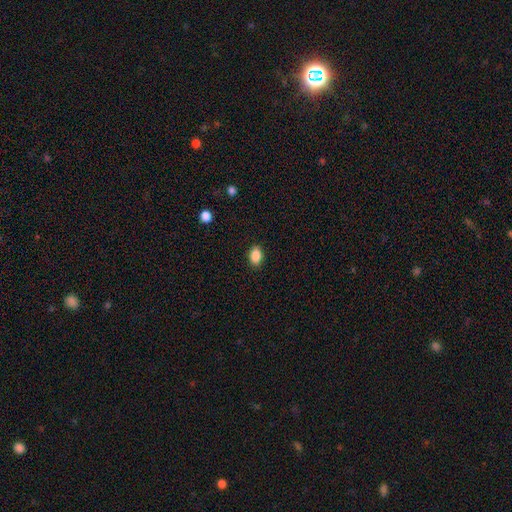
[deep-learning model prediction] smooth 88%, star or artifact 8%, featured or disk 3%. Down the decision tree: how rounded — in between (84%); merging — none (89%).